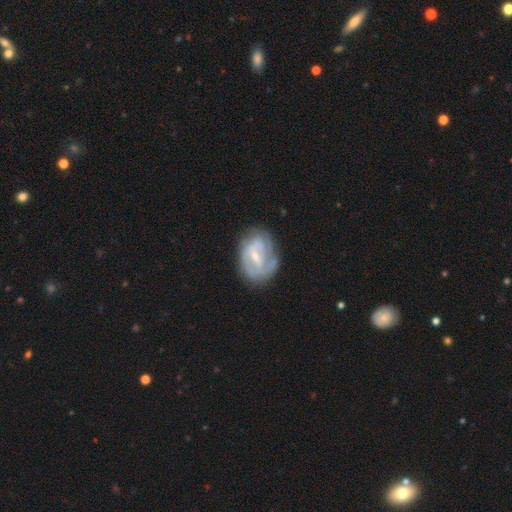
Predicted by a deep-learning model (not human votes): featured or disk 74%, smooth 20%, star or artifact 7%. Down the decision tree: edge-on disk — no (97%); bar — weak (52%); spiral arms — yes (74%); spiral arm count — 2 (40%); spiral winding — tight (49%); bulge size — small (55%); merging — none (61%).